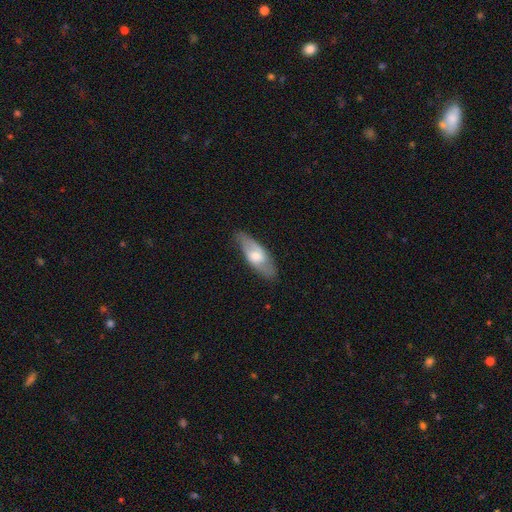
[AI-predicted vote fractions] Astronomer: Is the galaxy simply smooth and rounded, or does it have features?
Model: featured or disk — 51% (runner-up: smooth, 43%).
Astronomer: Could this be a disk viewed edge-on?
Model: no — 73%.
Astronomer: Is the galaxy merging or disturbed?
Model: none — 80%.